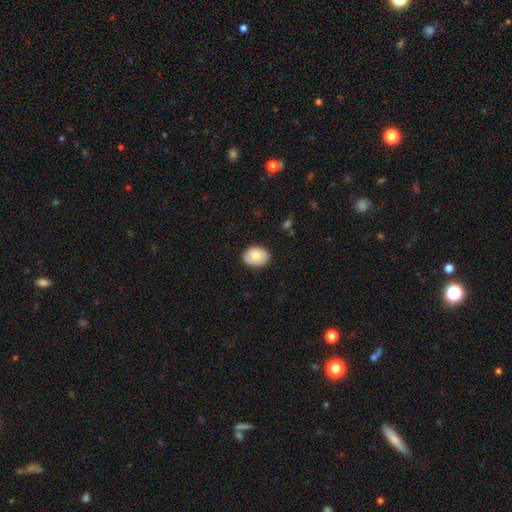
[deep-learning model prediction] Smooth or featured?
  - smooth: 82% *
  - featured or disk: 11%
  - star or artifact: 7%
How rounded?
  - in between: 62% *
  - round: 37%
  - cigar-shaped: 1%
Merging?
  - none: 85% *
  - minor disturbance: 12%
  - major disturbance: 2%
  - merger: 1%